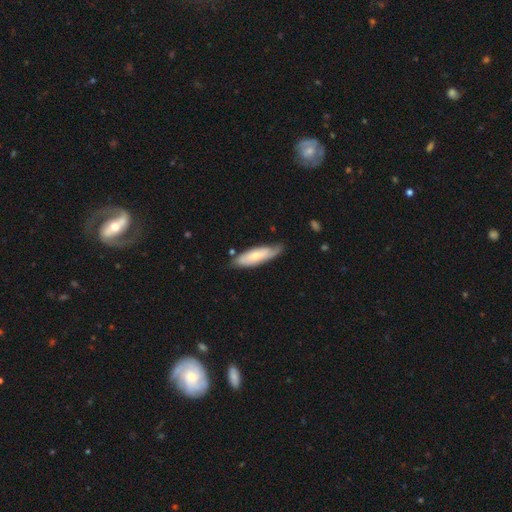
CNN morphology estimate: smooth 59%, featured or disk 36%, star or artifact 5%. Down the decision tree: how rounded — cigar-shaped (50%); merging — none (62%).